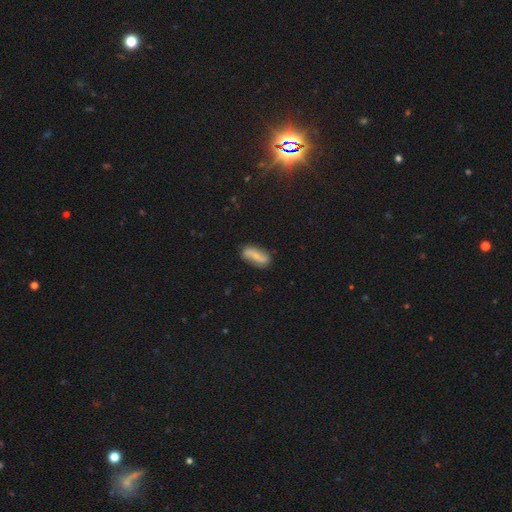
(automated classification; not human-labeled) smooth_or_featured: smooth (p=0.49) [alt: featured or disk p=0.44]
merging: none (p=0.74) [alt: minor disturbance p=0.18]